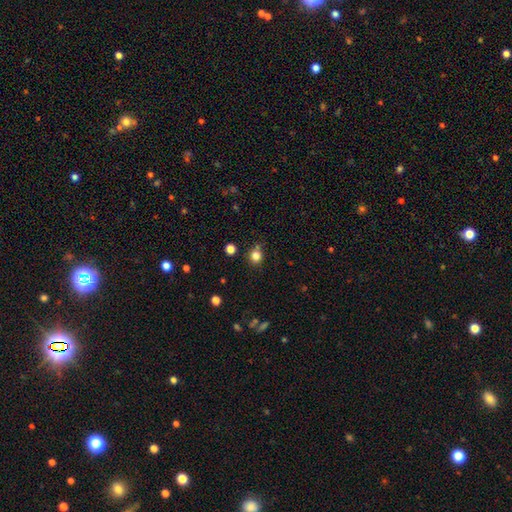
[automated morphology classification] This appears to be a smooth galaxy with no disk features (80%) that is round (85%). Merging: none (75%).